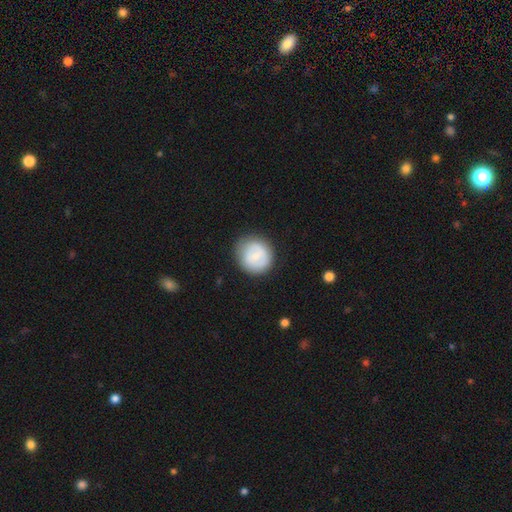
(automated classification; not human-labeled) The model was most divided on "smooth or featured": smooth: 64%, featured or disk: 30%, star or artifact: 6%. More confident: how rounded — round (87%); merging — none (80%).